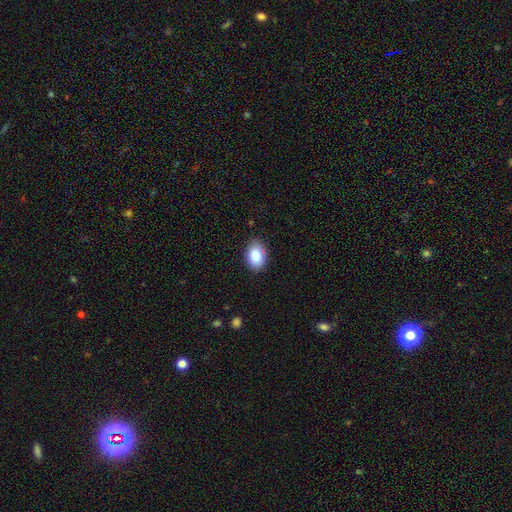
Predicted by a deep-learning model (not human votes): This is clearly a smooth galaxy (86%). How rounded: clearly in between (86%). Merging: clearly none (87%).